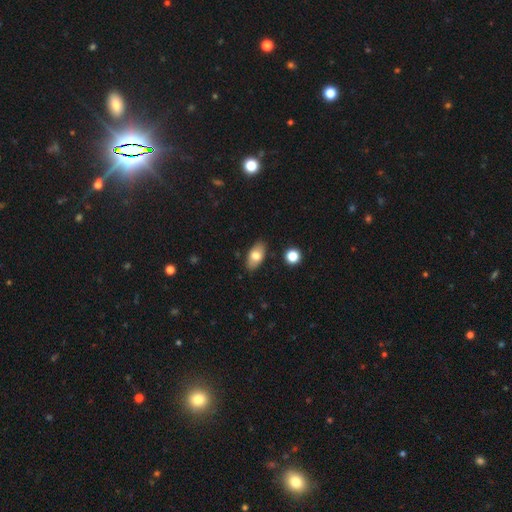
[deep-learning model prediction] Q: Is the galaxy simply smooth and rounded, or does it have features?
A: smooth — 75%.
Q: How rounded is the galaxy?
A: in between — 91%.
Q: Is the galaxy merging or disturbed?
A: none — 85%.